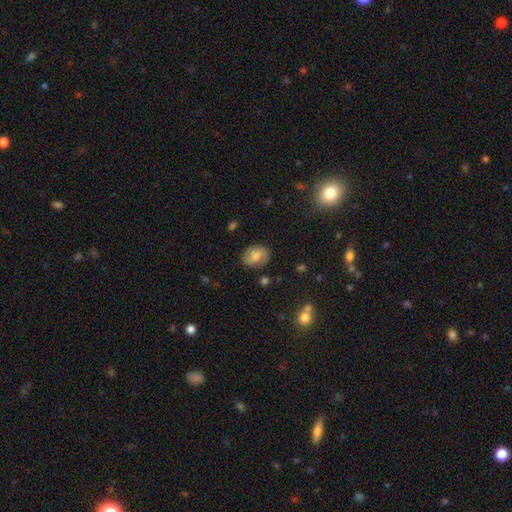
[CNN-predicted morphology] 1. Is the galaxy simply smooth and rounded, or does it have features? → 72% smooth, 20% featured or disk, 8% star or artifact.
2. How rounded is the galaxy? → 74% in between, 25% round, 1% cigar-shaped.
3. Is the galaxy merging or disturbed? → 80% none, 15% minor disturbance, 4% major disturbance, 2% merger.